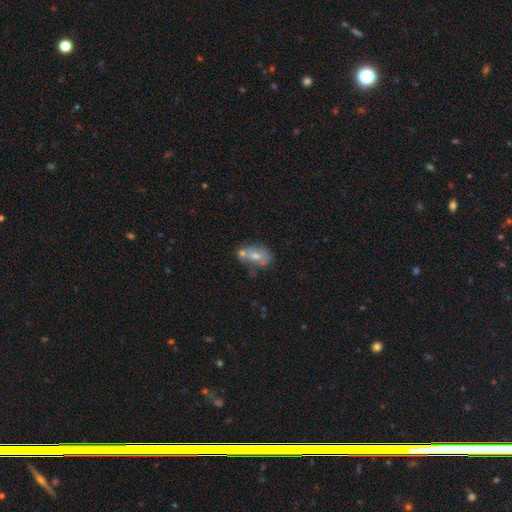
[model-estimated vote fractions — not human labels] smooth-or-featured: smooth: 57% | featured or disk: 34% | star or artifact: 9%
  how-rounded: in between: 80% | round: 17% | cigar-shaped: 3%
  merging: merger: 44% | none: 31% | minor disturbance: 17% | major disturbance: 8%